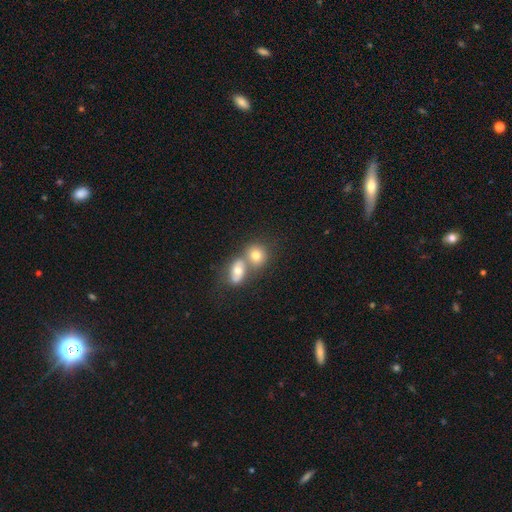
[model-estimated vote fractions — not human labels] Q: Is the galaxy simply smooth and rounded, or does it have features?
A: smooth — 71%.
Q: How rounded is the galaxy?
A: round — 65%.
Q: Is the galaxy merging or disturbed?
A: merger — 57%.